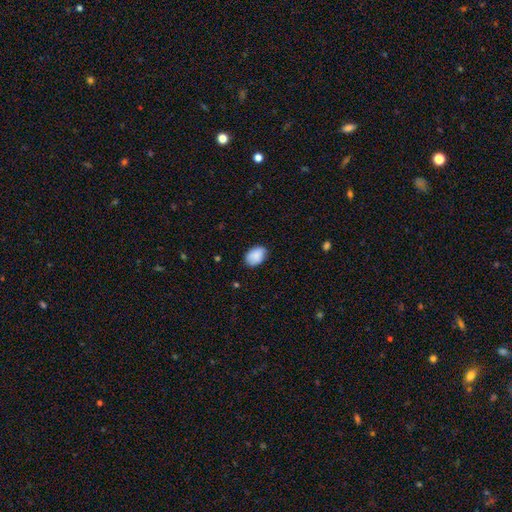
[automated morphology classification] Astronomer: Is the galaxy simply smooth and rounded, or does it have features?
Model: smooth — 88%.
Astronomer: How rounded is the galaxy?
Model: in between — 82%.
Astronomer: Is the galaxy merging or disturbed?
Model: none — 79%.